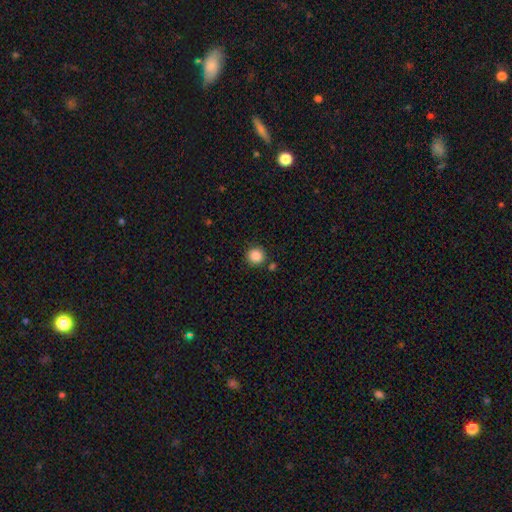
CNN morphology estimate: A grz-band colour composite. It shows a smooth galaxy with no disk features (86%) that is round (93%). Merging: none (84%).